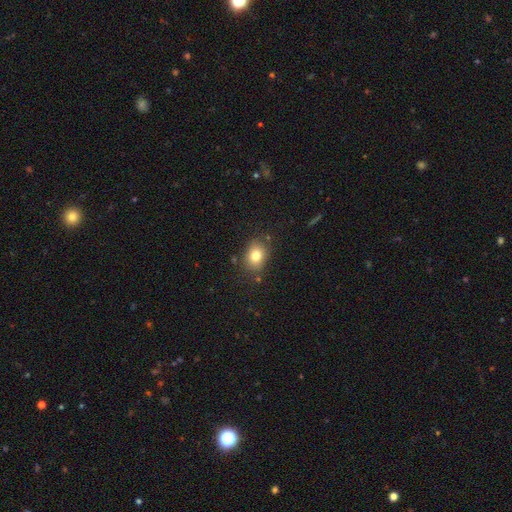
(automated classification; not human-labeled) A smooth galaxy with no disk features (79%) that is in between round and cigar-shaped (55%). Merging: none (81%).